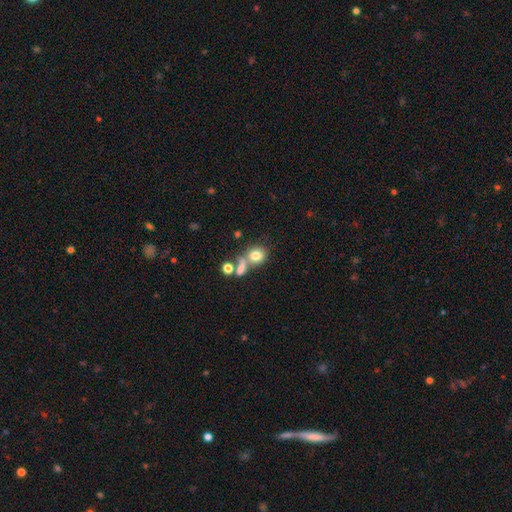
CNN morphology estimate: smooth-or-featured: smooth: 76% | star or artifact: 13% | featured or disk: 11%
  how-rounded: round: 71% | in between: 28% | cigar-shaped: 2%
  merging: none: 49% | merger: 32% | minor disturbance: 11% | major disturbance: 7%